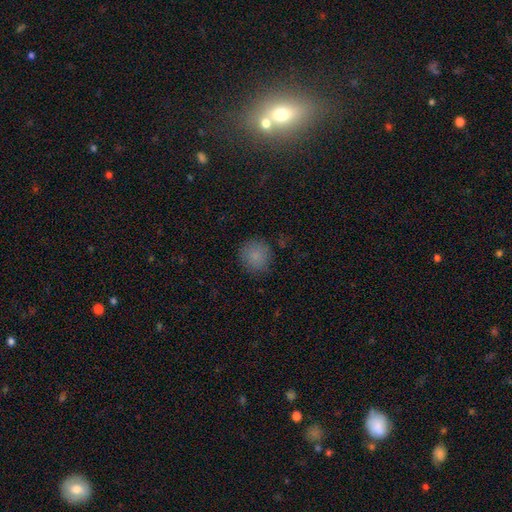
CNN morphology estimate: Smooth or featured? Predicted: smooth (p=0.84). How rounded? Predicted: round (p=0.92). Merging? Predicted: none (p=0.86).